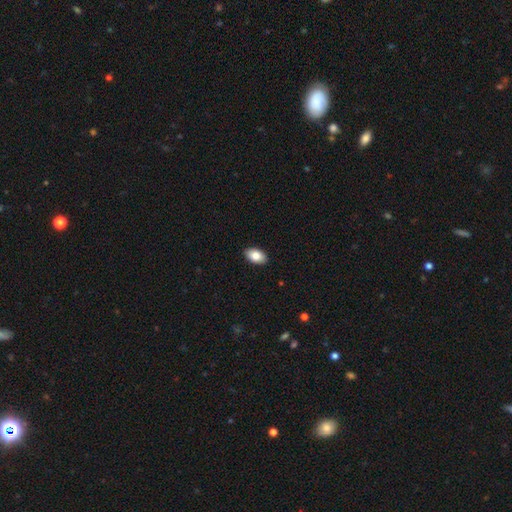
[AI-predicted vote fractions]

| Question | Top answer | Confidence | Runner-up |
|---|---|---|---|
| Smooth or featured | smooth | 84% | featured or disk (9%) |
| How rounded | in between | 93% | round (5%) |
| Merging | none | 91% | minor disturbance (7%) |